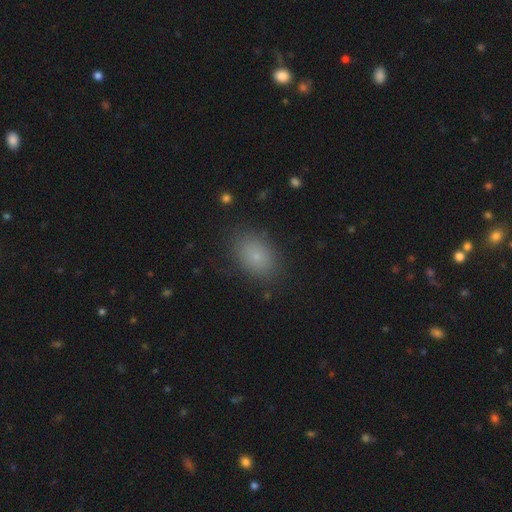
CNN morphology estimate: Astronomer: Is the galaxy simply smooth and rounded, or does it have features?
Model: smooth — 79%.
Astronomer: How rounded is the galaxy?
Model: in between — 78%.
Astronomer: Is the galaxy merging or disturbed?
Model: none — 84%.